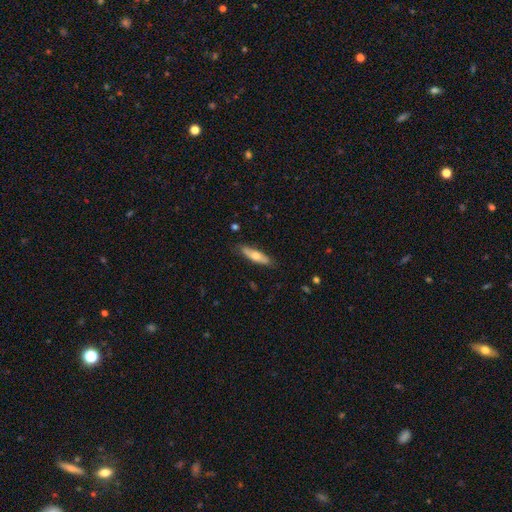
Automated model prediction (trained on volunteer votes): Morphology: type=smooth (58%); roundness=cigar-shaped (63%); merging=none (83%).